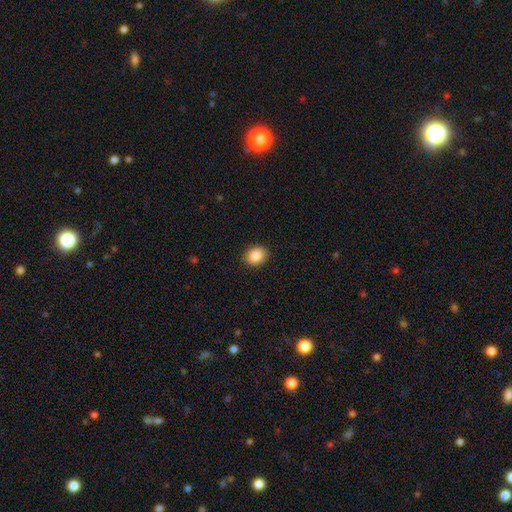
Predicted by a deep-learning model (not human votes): Smooth or featured? Predicted: smooth (p=0.88). How rounded? Predicted: in between (p=0.56). Merging? Predicted: none (p=0.89).